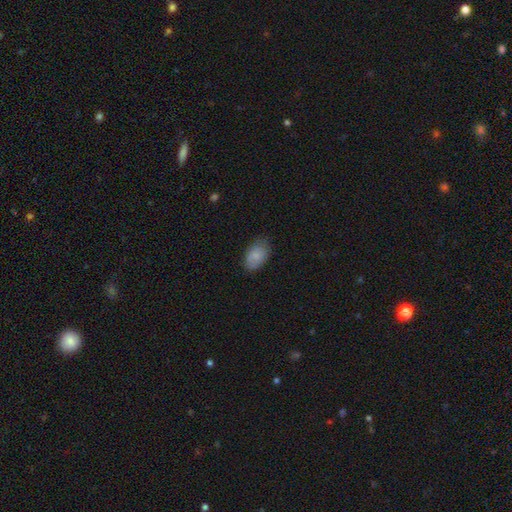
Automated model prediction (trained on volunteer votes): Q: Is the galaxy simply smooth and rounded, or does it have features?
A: smooth — 81%.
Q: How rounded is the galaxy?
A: in between — 91%.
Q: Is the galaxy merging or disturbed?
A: none — 72%.